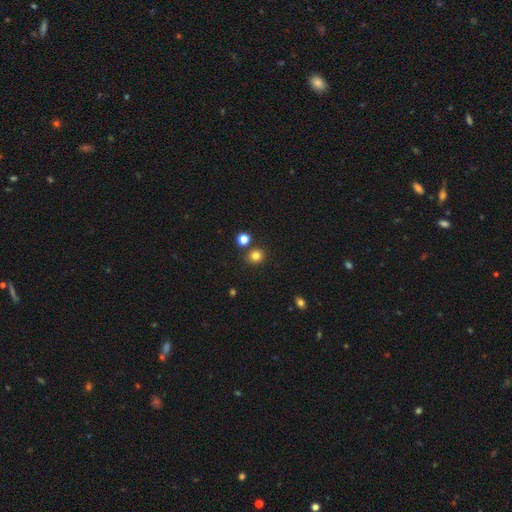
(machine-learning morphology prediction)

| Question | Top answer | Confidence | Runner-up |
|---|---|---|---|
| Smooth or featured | smooth | 80% | star or artifact (15%) |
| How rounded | round | 87% | in between (12%) |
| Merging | none | 82% | merger (8%) |